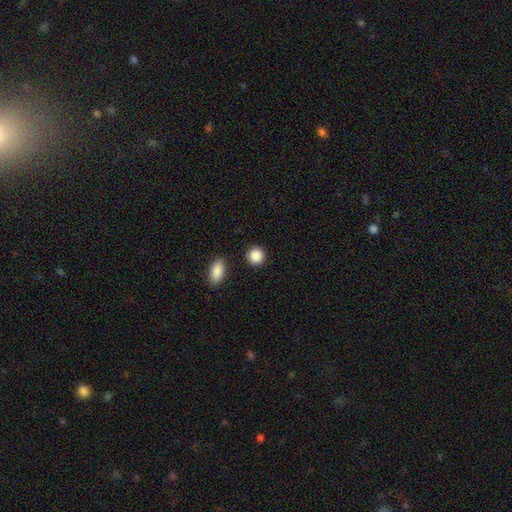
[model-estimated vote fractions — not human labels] Morphology: type=smooth (88%); roundness=round (88%); merging=none (89%).